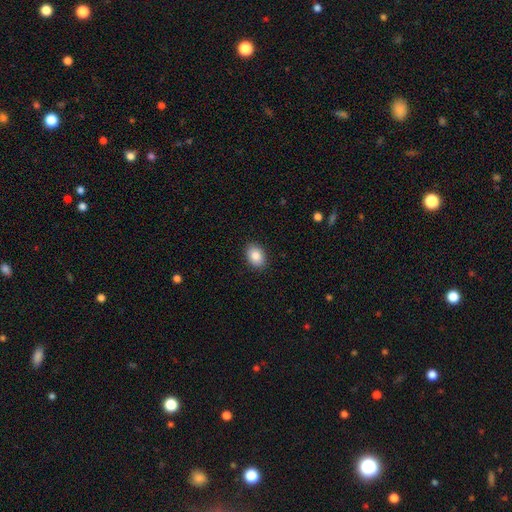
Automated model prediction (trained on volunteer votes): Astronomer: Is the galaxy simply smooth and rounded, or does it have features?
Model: smooth — 86%.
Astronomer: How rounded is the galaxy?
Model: in between — 75%.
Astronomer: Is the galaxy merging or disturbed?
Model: none — 89%.